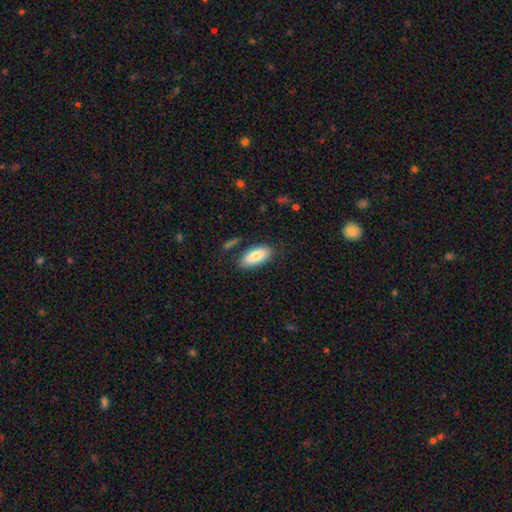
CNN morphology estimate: A smooth galaxy with no disk features (81%) that is in between round and cigar-shaped (85%).

Vote fractions:
- Smooth or featured? smooth: 81% / featured or disk: 13% / star or artifact: 6%
- How rounded? in between: 85% / cigar-shaped: 12% / round: 2%
- Merging? none: 78% / minor disturbance: 15% / major disturbance: 4% / merger: 4%